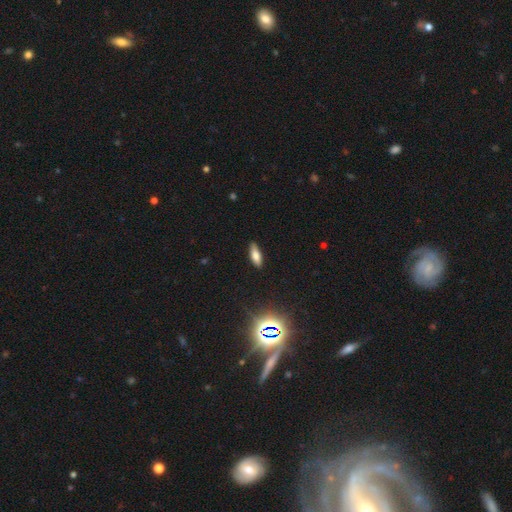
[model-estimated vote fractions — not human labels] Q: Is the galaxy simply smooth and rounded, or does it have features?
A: smooth — 69%.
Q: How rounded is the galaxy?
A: in between — 62%.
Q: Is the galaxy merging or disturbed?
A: none — 85%.